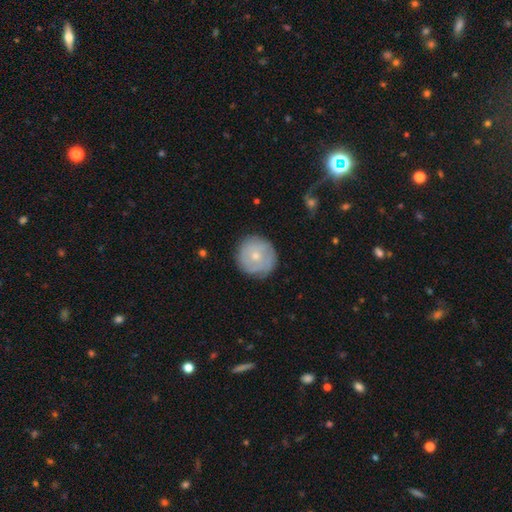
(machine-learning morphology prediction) smooth-or-featured: smooth: 56% | featured or disk: 37% | star or artifact: 7%
  how-rounded: round: 94% | in between: 5% | cigar-shaped: 1%
  merging: none: 82% | minor disturbance: 13% | major disturbance: 3% | merger: 1%